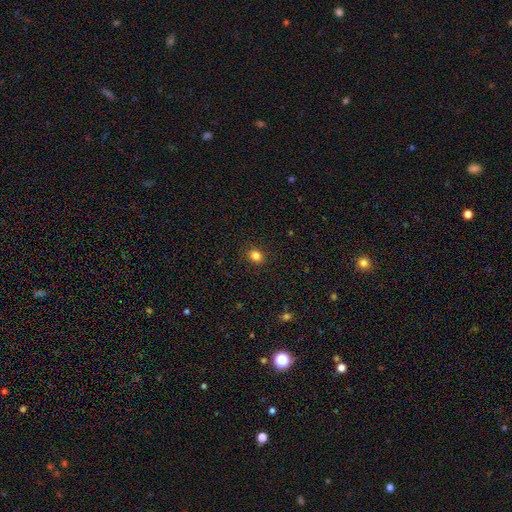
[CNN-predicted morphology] Overall: smooth (84%). How rounded: round (56%; in between 43%). Merging: none (89%).